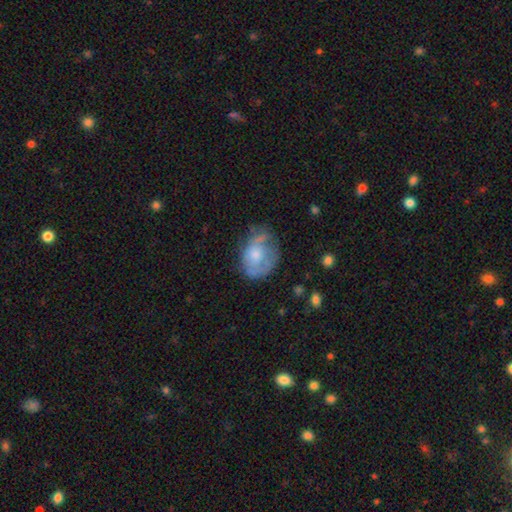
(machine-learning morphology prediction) The model was most divided on "spiral arms": yes: 54%, no: 46%. Remaining: edge-on disk — no (97%); bar — no (82%); smooth or featured — featured or disk (52%); bulge size — moderate (48%); merging — none (45%).